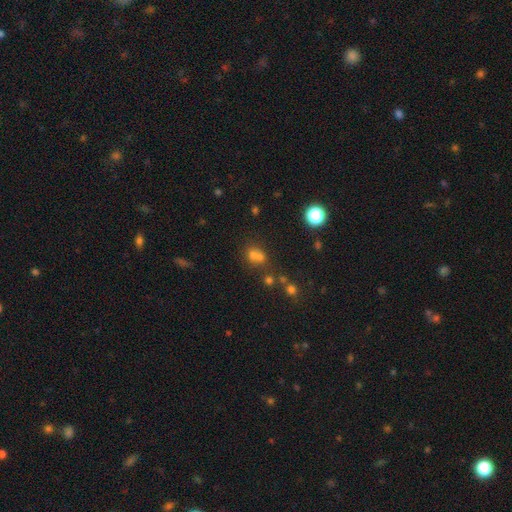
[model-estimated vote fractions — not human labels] A smooth galaxy with no disk features (62%) that is round (76%). Merging: merger (52%).